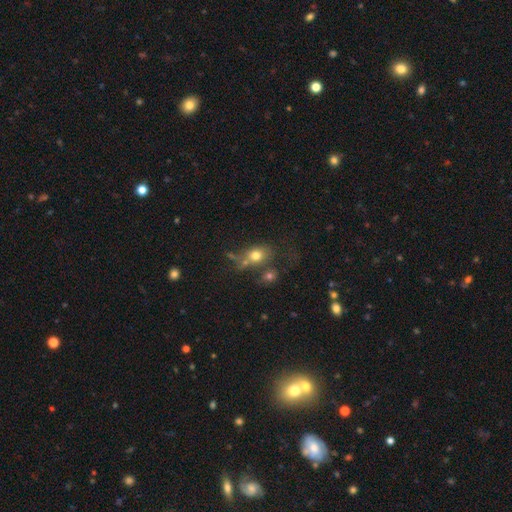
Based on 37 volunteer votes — Volunteers were most divided on "merging": none: 47%, merger: 25%, minor disturbance: 17%, major disturbance: 11%. More confident: smooth or featured — smooth (84%); how rounded — in between (68%).